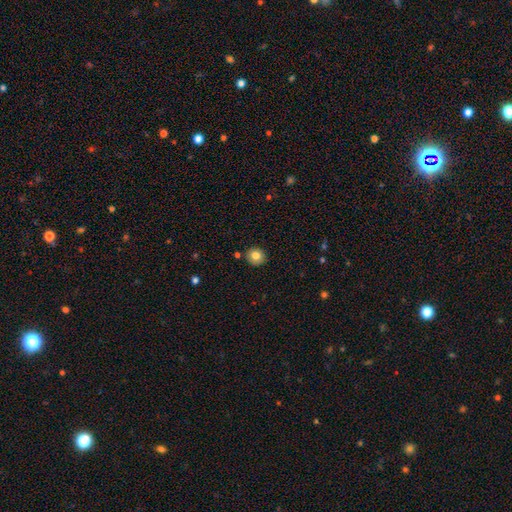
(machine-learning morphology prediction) smooth 80%, star or artifact 10%, featured or disk 10%. Down the decision tree: how rounded — round (84%); merging — none (87%).